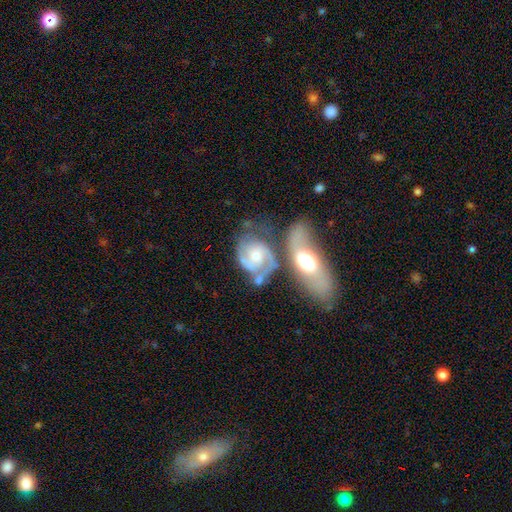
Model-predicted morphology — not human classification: This appears to be a featured or disk galaxy (84%) with no bar (61%), 2 (76%) medium (47%) spiral arms (95%) and a moderate central bulge (48%). Merging: none (35%).